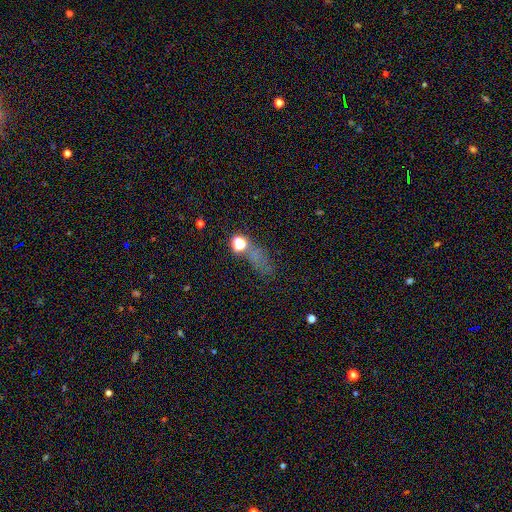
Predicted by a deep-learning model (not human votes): Overall: smooth (48%; star or artifact 41%). Merging: none (57%).